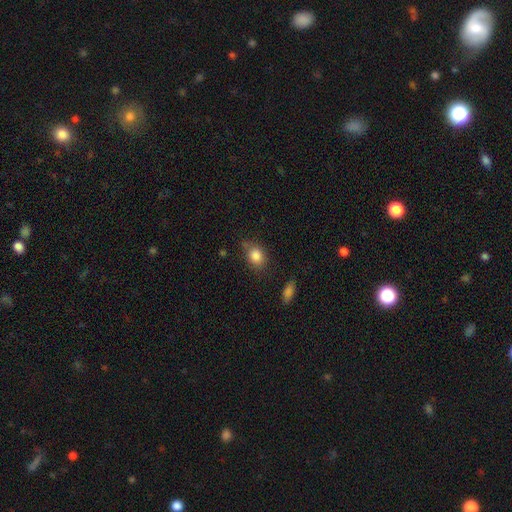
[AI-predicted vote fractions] Overall: smooth (85%). How rounded: in between (54%; round 45%). Merging: none (62%; minor disturbance 27%).